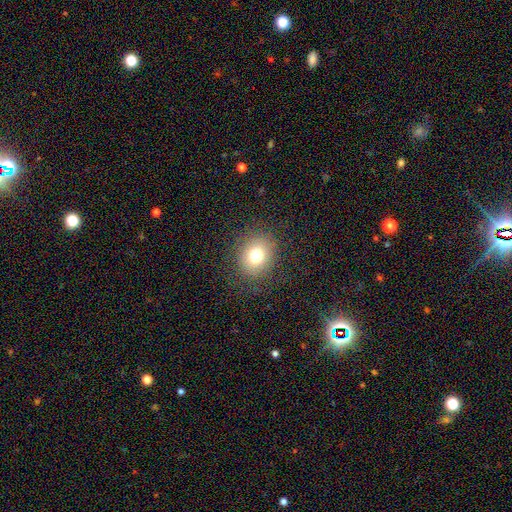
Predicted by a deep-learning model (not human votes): Smooth or featured? Predicted: smooth (p=0.76). How rounded? Predicted: round (p=0.65). Merging? Predicted: none (p=0.85).